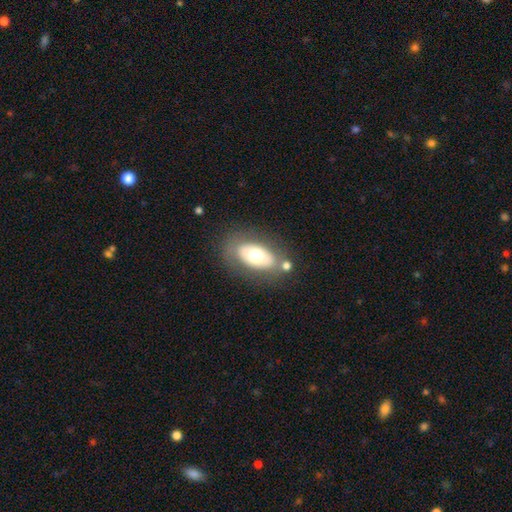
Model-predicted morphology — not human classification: Smooth or featured: smooth — 55% (featured or disk — 37%)
How rounded: in between — 90% (round — 8%)
Merging: none — 69% (minor disturbance — 14%)